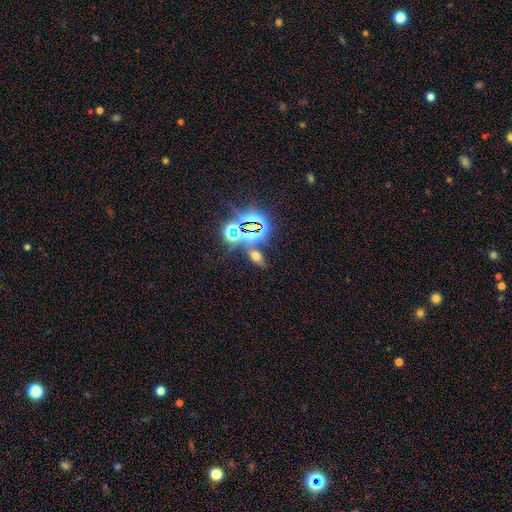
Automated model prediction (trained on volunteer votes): This appears to be a star or artifact, not a galaxy (46%).